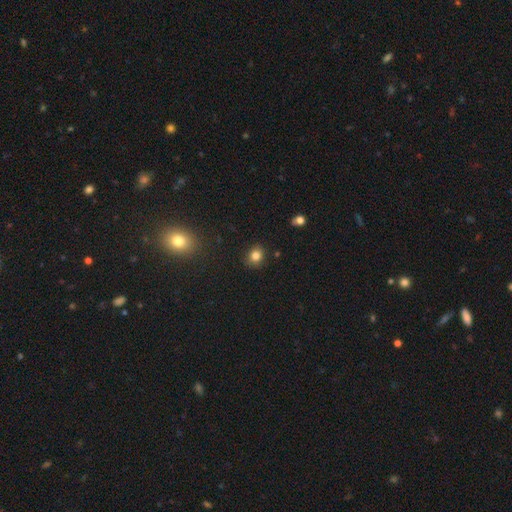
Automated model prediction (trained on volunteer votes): Morphology: type=smooth (82%); roundness=round (65%); merging=none (87%).